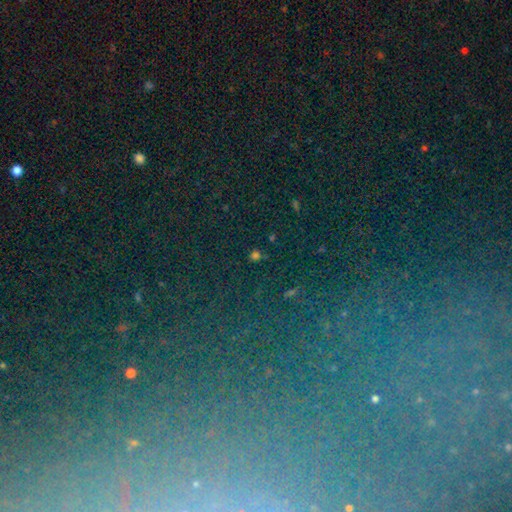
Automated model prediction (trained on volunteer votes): Smooth or featured: star or artifact — 62% (smooth — 30%)